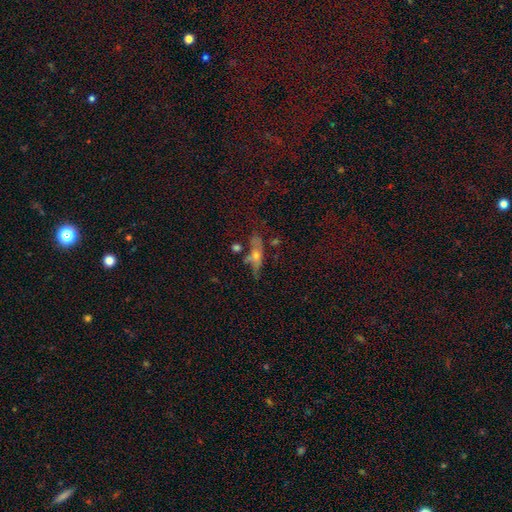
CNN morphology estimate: A featured or disk galaxy (46%). Merging: none (49%).